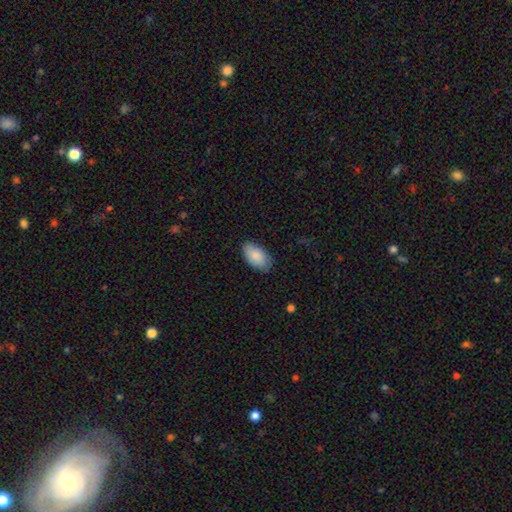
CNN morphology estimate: A smooth galaxy with no disk features (86%) that is in between round and cigar-shaped (95%).

Vote fractions:
- Smooth or featured? smooth: 86% / featured or disk: 9% / star or artifact: 6%
- How rounded? in between: 95% / round: 3% / cigar-shaped: 2%
- Merging? none: 80% / minor disturbance: 16% / major disturbance: 3% / merger: 1%